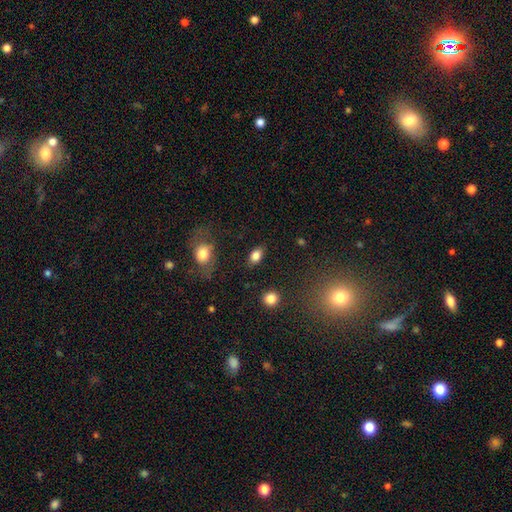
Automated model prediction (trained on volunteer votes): This is clearly a smooth galaxy (83%). How rounded: clearly in between (84%). Merging: clearly none (83%).